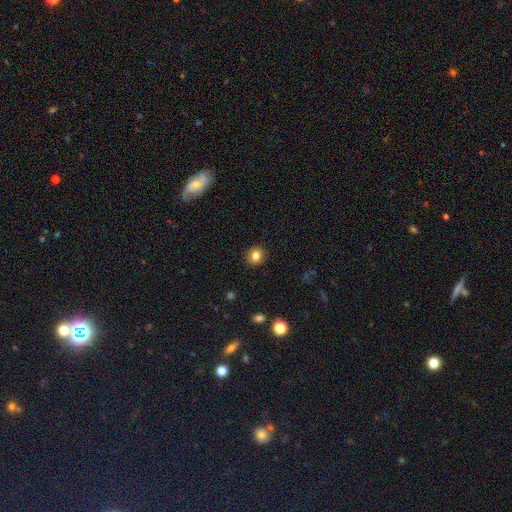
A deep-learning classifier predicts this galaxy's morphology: Smooth or featured?
  - smooth: 82% *
  - star or artifact: 11%
  - featured or disk: 7%
How rounded?
  - round: 82% *
  - in between: 17%
  - cigar-shaped: 1%
Merging?
  - none: 90% *
  - minor disturbance: 7%
  - major disturbance: 2%
  - merger: 1%